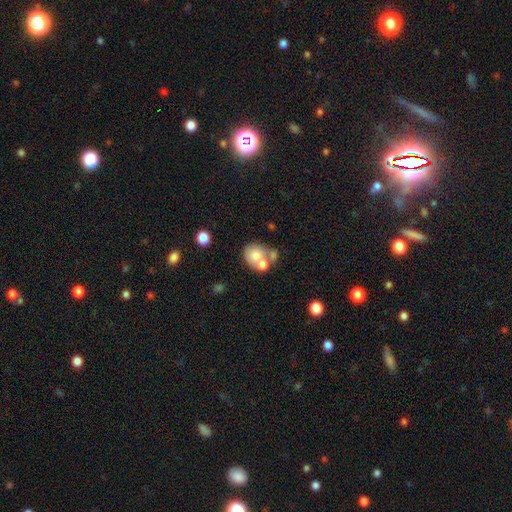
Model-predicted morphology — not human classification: This is likely a smooth galaxy (67%). How rounded: likely round (62%). Merging: possibly merger (47%).